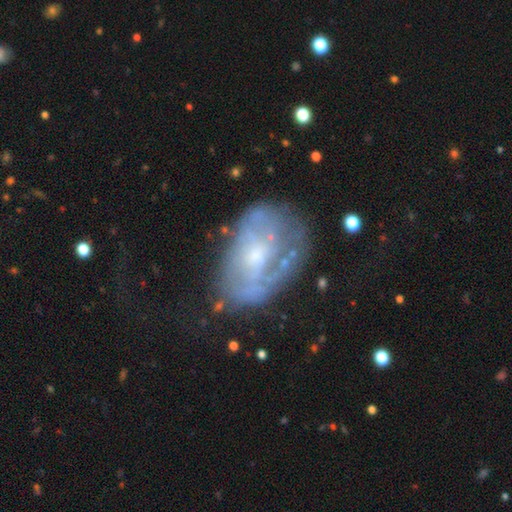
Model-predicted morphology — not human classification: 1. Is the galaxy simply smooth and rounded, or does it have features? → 68% featured or disk, 24% smooth, 8% star or artifact.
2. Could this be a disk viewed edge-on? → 96% no, 4% yes.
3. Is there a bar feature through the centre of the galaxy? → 74% no, 21% weak, 4% strong.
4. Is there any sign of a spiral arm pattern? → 55% yes, 45% no.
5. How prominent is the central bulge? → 55% small, 33% moderate, 7% none, 3% large, 1% dominant.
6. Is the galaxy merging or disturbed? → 54% none, 24% minor disturbance, 18% major disturbance, 4% merger.